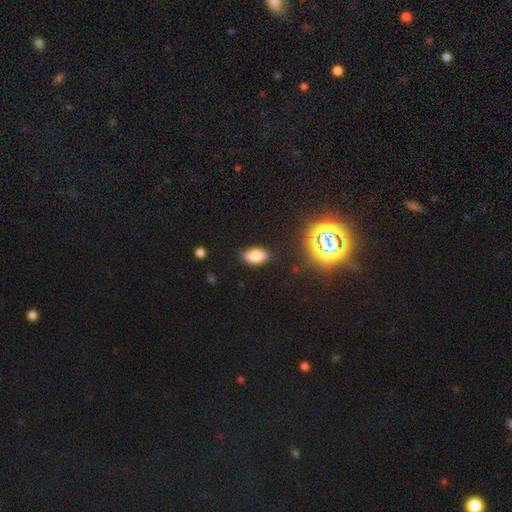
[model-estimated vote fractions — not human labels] Smooth or featured? smooth (80%)
How rounded? in between (91%)
Merging? none (85%)